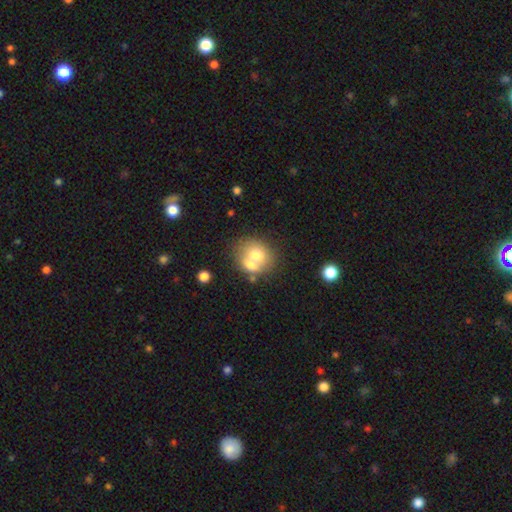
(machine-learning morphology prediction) smooth 67%, featured or disk 24%, star or artifact 9%. Down the decision tree: how rounded — round (65%); merging — merger (52%).